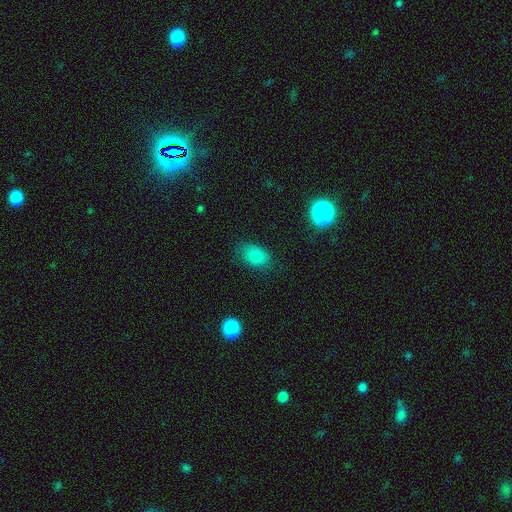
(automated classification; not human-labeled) A smooth galaxy with no disk features (79%) that is in between round and cigar-shaped (82%).

Vote fractions:
- Smooth or featured? smooth: 79% / star or artifact: 12% / featured or disk: 9%
- How rounded? in between: 82% / round: 16% / cigar-shaped: 1%
- Merging? none: 77% / minor disturbance: 17% / major disturbance: 4% / merger: 1%